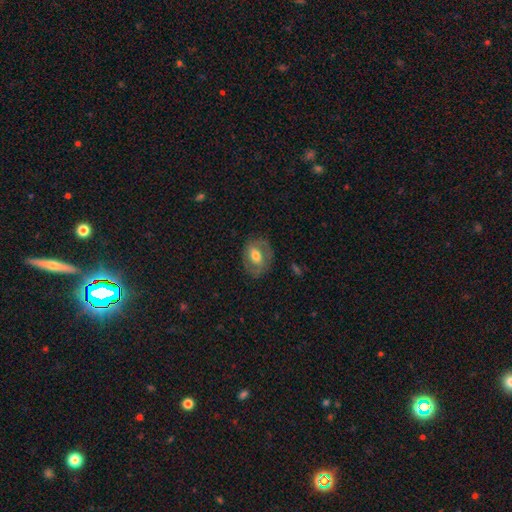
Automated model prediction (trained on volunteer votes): Smooth or featured?
  - smooth: 48% *
  - featured or disk: 44%
  - star or artifact: 7%
Merging?
  - none: 75% *
  - minor disturbance: 17%
  - major disturbance: 7%
  - merger: 1%